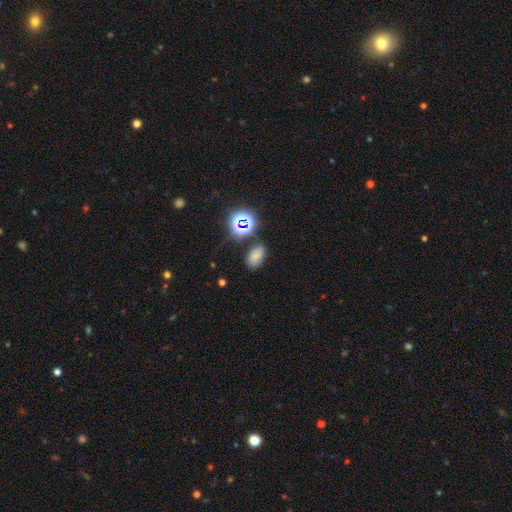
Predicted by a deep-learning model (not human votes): The model was most divided on "smooth or featured": smooth: 67%, star or artifact: 23%, featured or disk: 10%. More confident: how rounded — in between (85%); merging — none (75%).